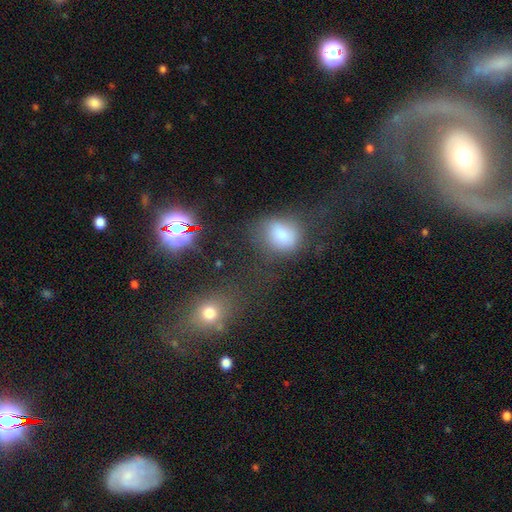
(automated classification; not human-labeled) Smooth or featured? featured or disk (44%)
Merging? none (43%)